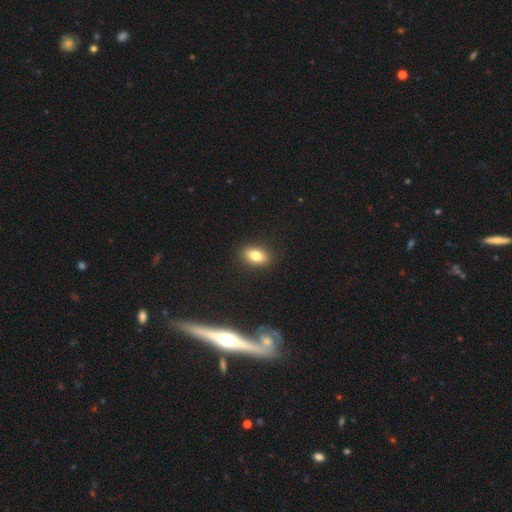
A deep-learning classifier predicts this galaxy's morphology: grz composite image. It shows a smooth galaxy with no disk features (82%) that is in between round and cigar-shaped (87%). Merging: none (89%).